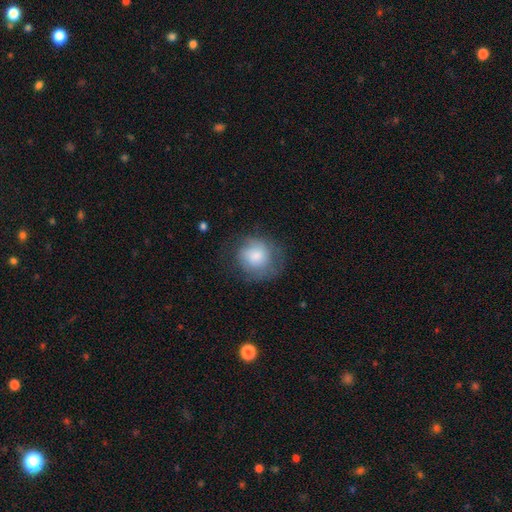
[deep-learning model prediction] Smooth or featured?
  - smooth: 73% *
  - featured or disk: 20%
  - star or artifact: 7%
How rounded?
  - round: 85% *
  - in between: 14%
  - cigar-shaped: 1%
Merging?
  - none: 60% *
  - minor disturbance: 24%
  - major disturbance: 15%
  - merger: 1%